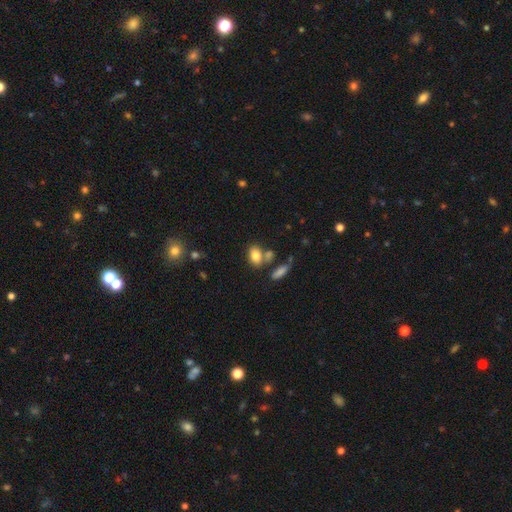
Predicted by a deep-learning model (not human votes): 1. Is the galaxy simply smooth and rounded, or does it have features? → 81% smooth, 10% featured or disk, 9% star or artifact.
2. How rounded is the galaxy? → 83% in between, 15% round, 2% cigar-shaped.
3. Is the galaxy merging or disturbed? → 58% none, 24% merger, 14% minor disturbance, 5% major disturbance.